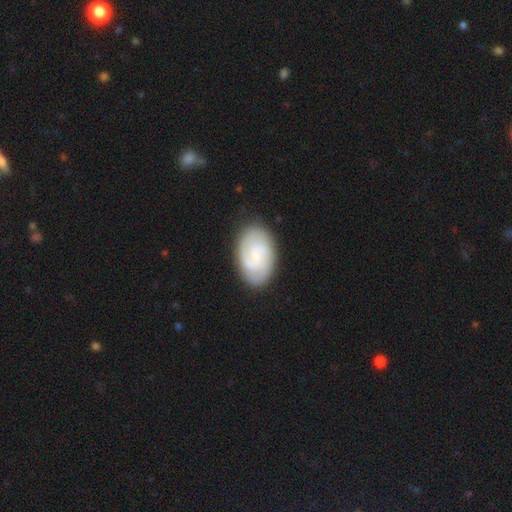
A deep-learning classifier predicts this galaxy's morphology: Smooth or featured? Predicted: featured or disk (p=0.61). Edge-on disk? Predicted: no (p=0.97). Bar? Predicted: weak (p=0.48). Spiral arms? Predicted: yes (p=0.90). Spiral winding? Predicted: tight (p=0.47). Spiral arm count? Predicted: 2 (p=0.55). Bulge size? Predicted: small (p=0.59). Merging? Predicted: none (p=0.81).